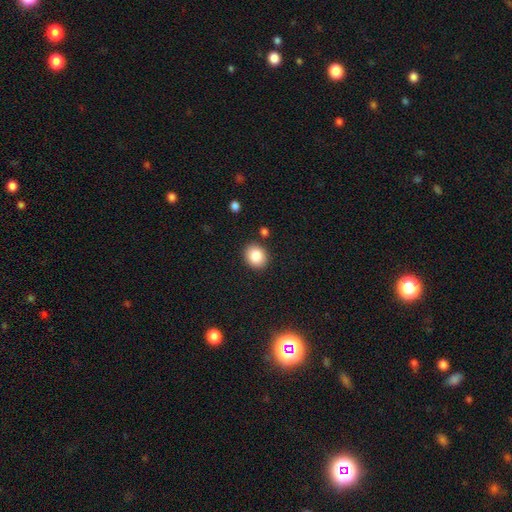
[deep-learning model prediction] Smooth or featured: smooth — 86% (star or artifact — 9%)
How rounded: round — 69% (in between — 30%)
Merging: none — 87% (minor disturbance — 8%)